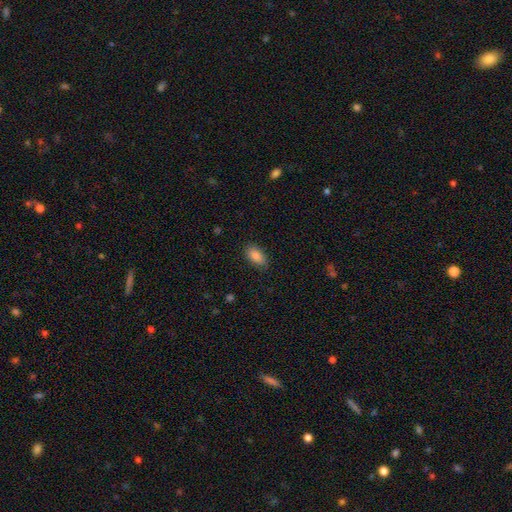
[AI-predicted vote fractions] smooth-or-featured: smooth: 86% | star or artifact: 7% | featured or disk: 7%
  how-rounded: in between: 91% | cigar-shaped: 5% | round: 4%
  merging: none: 86% | minor disturbance: 11% | major disturbance: 3% | merger: 1%